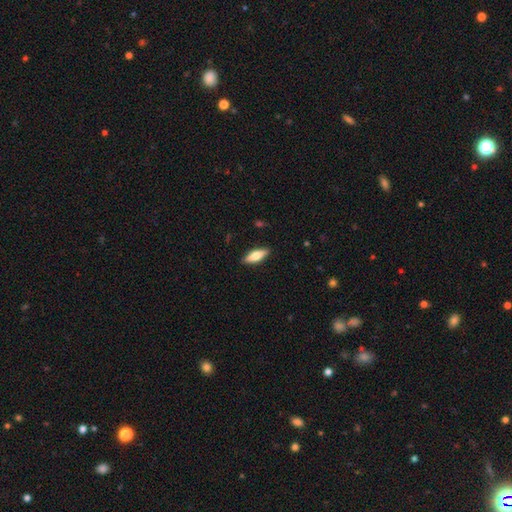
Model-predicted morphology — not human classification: This appears to be a smooth galaxy with no disk features (65%) that is in between round and cigar-shaped (58%). Merging: none (89%).